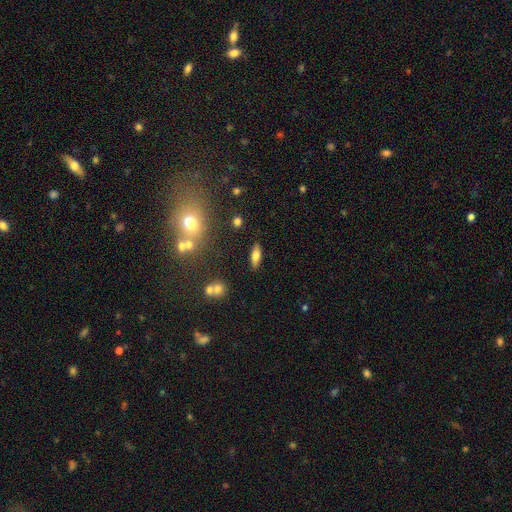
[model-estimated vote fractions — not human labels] smooth 71%, featured or disk 20%, star or artifact 9%. Down the decision tree: how rounded — in between (68%); merging — none (86%).